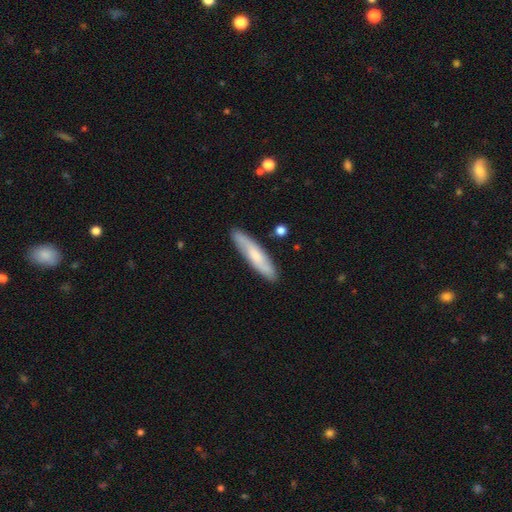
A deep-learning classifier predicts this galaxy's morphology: Overall: smooth (58%; featured or disk 36%). How rounded: cigar-shaped (83%). Merging: none (86%).